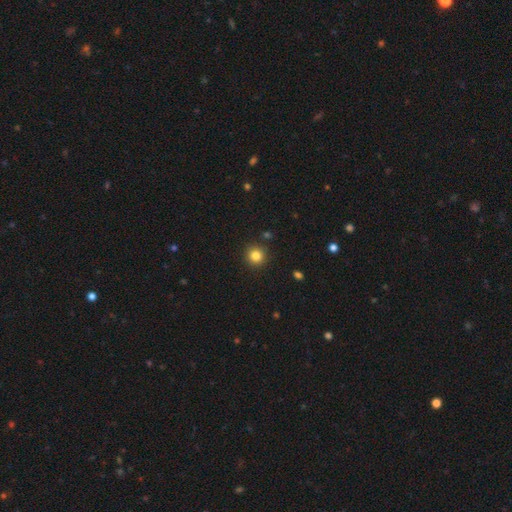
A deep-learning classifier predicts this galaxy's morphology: This appears to be a smooth galaxy with no disk features (83%) that is round (94%). Merging: none (91%).